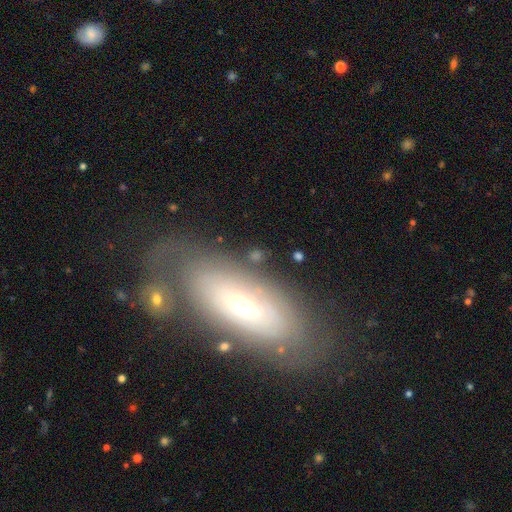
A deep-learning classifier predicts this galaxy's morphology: A featured or disk galaxy (48%). Merging: none (68%).